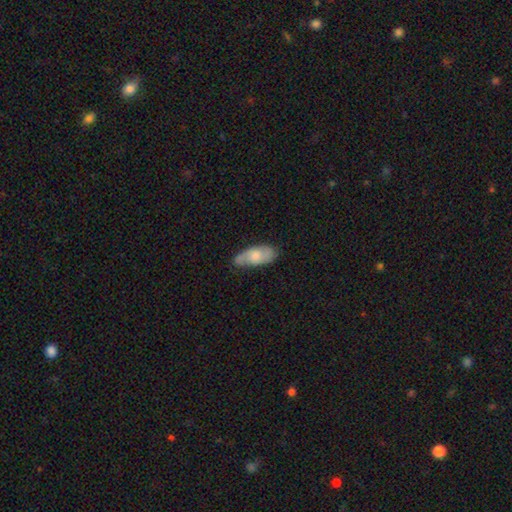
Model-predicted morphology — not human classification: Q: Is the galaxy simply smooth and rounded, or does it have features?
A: smooth — 52%.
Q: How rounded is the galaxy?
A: in between — 83%.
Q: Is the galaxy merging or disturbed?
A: none — 67%.